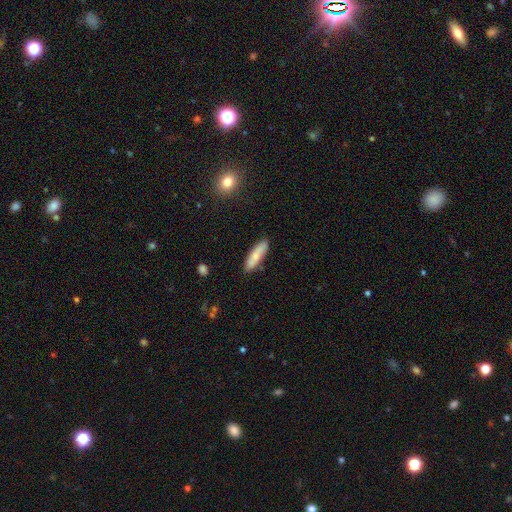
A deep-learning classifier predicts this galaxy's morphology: type=smooth (72%); roundness=cigar-shaped (72%); merging=none (81%).